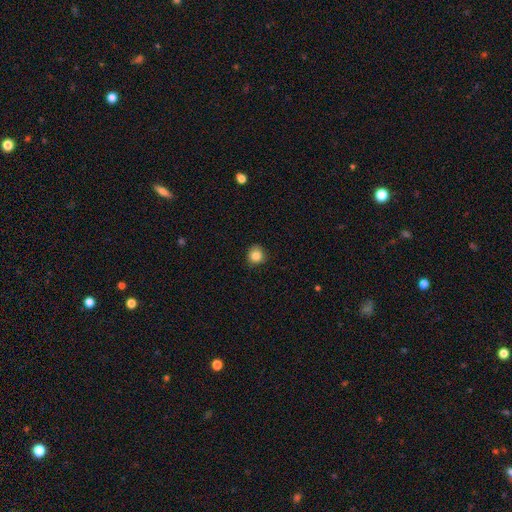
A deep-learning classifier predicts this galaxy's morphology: Q: Smooth or featured?
A: smooth (84%); runner-up: star or artifact (10%)
Q: How rounded?
A: round (88%); runner-up: in between (11%)
Q: Merging?
A: none (84%); runner-up: minor disturbance (13%)